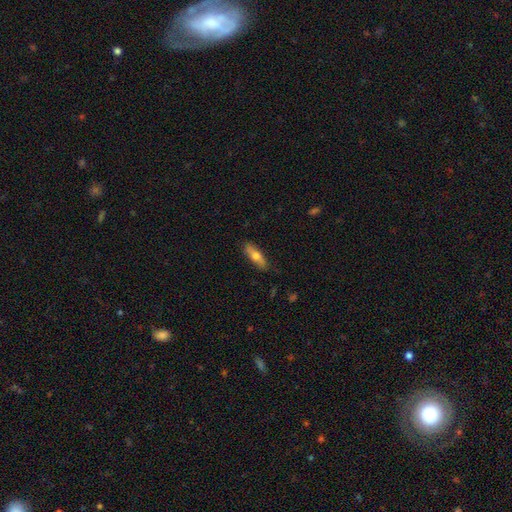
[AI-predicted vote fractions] Q: Smooth or featured?
A: smooth (62%); runner-up: featured or disk (32%)
Q: How rounded?
A: cigar-shaped (53%); runner-up: in between (44%)
Q: Merging?
A: none (83%); runner-up: minor disturbance (13%)